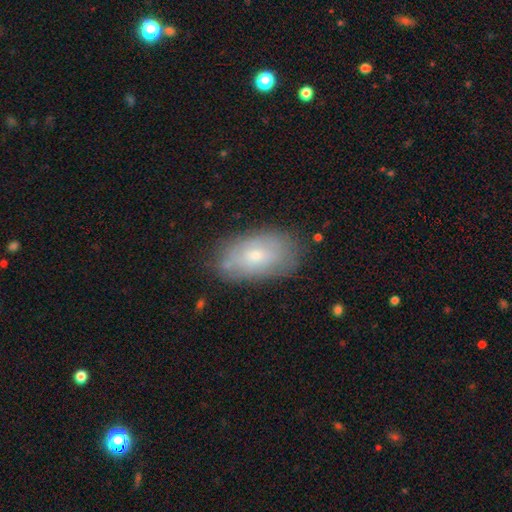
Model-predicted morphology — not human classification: Smooth or featured? smooth (55%)
How rounded? in between (92%)
Merging? none (72%)